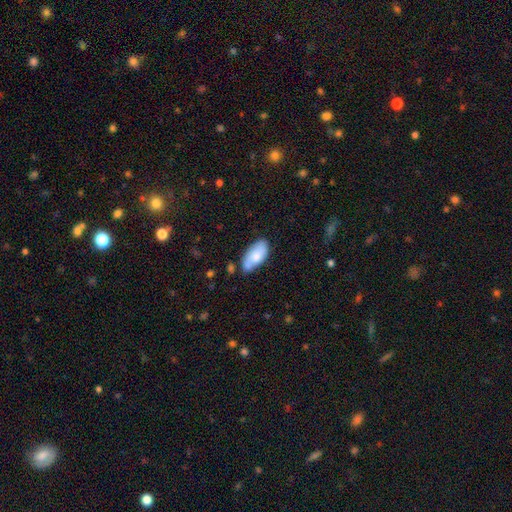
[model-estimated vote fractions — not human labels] Overall: smooth (74%). How rounded: in between (92%). Merging: none (61%; minor disturbance 26%).